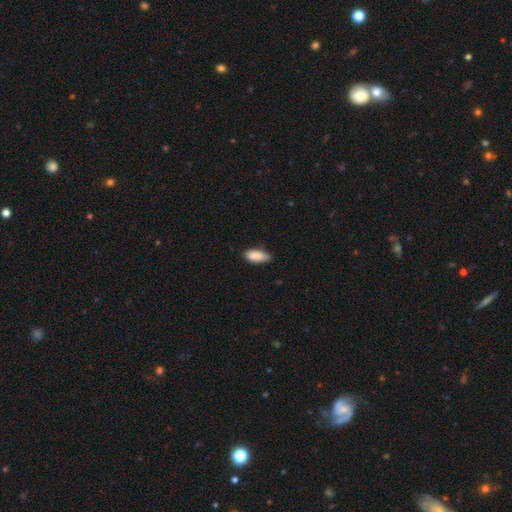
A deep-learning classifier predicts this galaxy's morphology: type=smooth (88%); roundness=in between (83%); merging=none (65%).